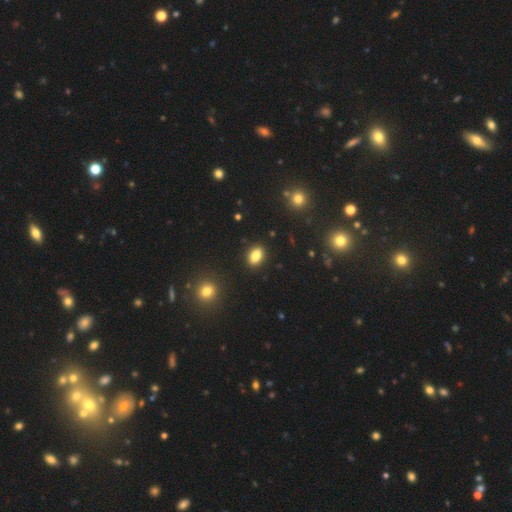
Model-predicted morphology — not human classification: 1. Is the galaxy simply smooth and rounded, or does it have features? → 84% smooth, 10% star or artifact, 6% featured or disk.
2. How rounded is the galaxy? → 85% in between, 13% round, 2% cigar-shaped.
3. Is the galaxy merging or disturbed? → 89% none, 8% minor disturbance, 2% major disturbance, 2% merger.